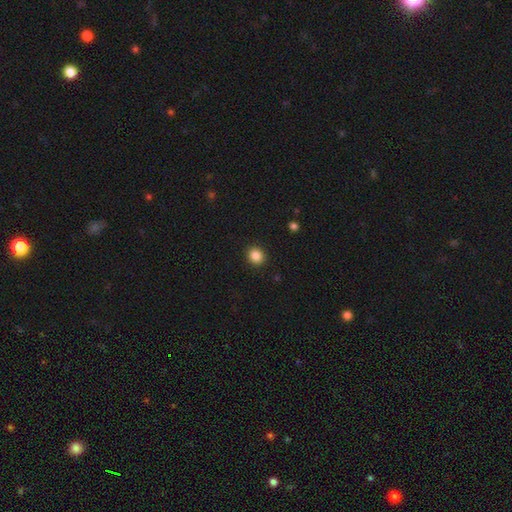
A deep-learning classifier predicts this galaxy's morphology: A smooth galaxy with no disk features (86%) that is round (82%). Merging: none (92%).